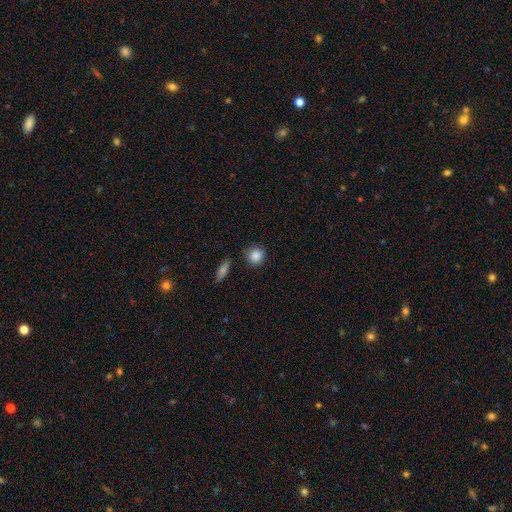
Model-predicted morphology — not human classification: smooth_or_featured: smooth (p=0.88) [alt: star or artifact p=0.08]
how_rounded: round (p=0.88) [alt: in between p=0.11]
merging: none (p=0.83) [alt: minor disturbance p=0.11]